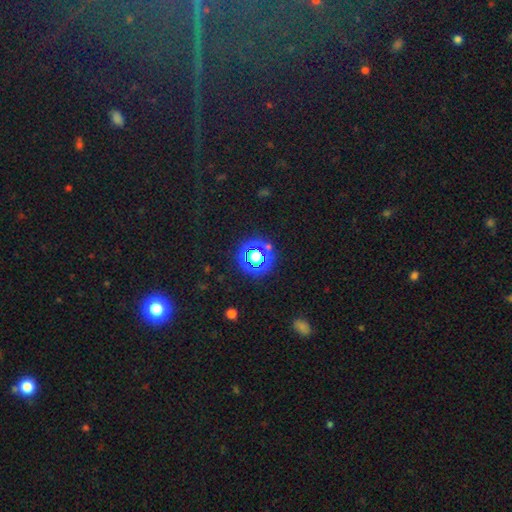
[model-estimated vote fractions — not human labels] Smooth or featured? Predicted: star or artifact (p=0.65).